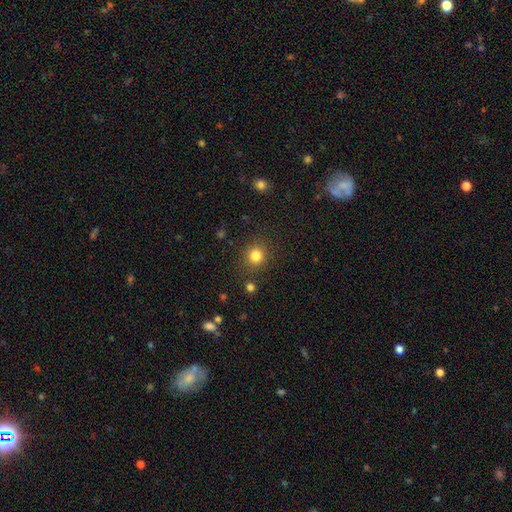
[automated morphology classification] smooth-or-featured: smooth: 83% | star or artifact: 12% | featured or disk: 5%
  how-rounded: round: 87% | in between: 12% | cigar-shaped: 1%
  merging: none: 86% | minor disturbance: 8% | major disturbance: 3% | merger: 3%